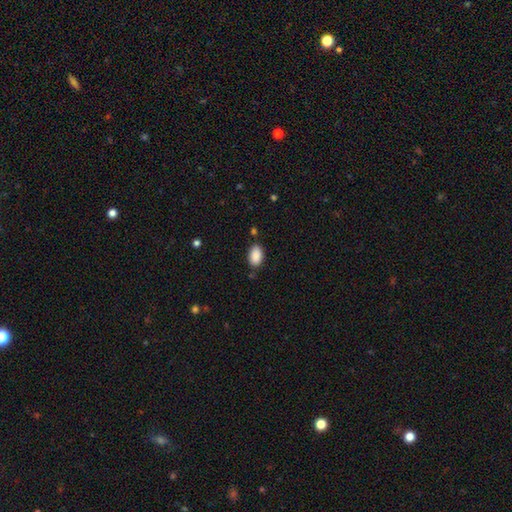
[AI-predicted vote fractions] Smooth or featured?
  - smooth: 90% *
  - star or artifact: 7%
  - featured or disk: 3%
How rounded?
  - in between: 93% *
  - round: 5%
  - cigar-shaped: 2%
Merging?
  - none: 82% *
  - minor disturbance: 13%
  - major disturbance: 3%
  - merger: 3%